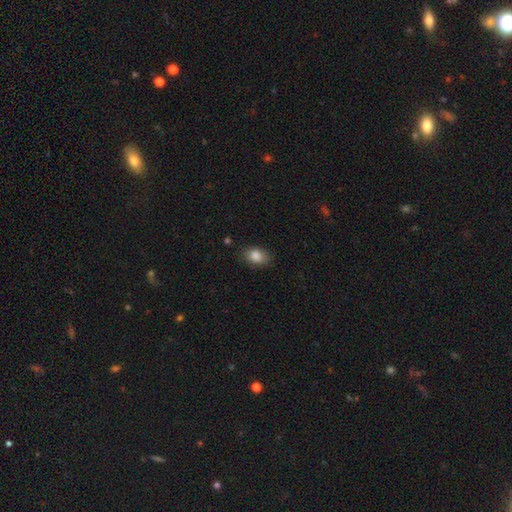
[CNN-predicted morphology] Q: Smooth or featured?
A: smooth (86%); runner-up: star or artifact (8%)
Q: How rounded?
A: in between (81%); runner-up: round (18%)
Q: Merging?
A: none (81%); runner-up: minor disturbance (14%)